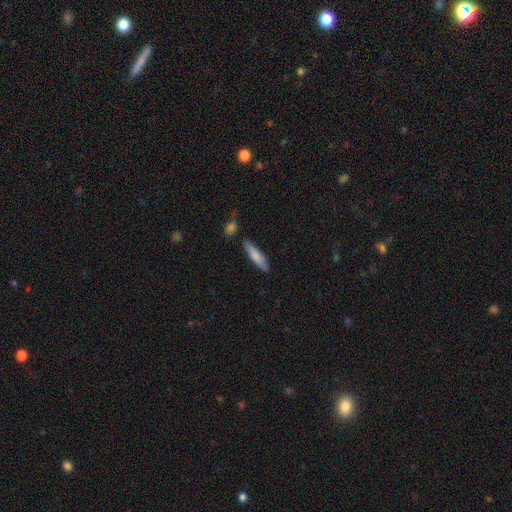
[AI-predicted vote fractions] Smooth or featured: smooth — 78% (featured or disk — 16%)
How rounded: cigar-shaped — 79% (in between — 20%)
Merging: none — 81% (minor disturbance — 12%)